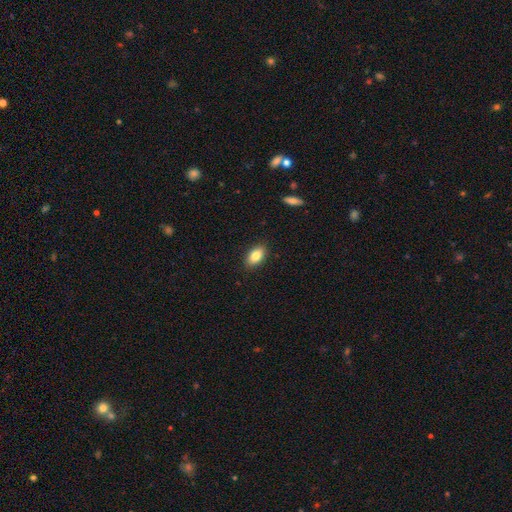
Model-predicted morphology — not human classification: Q: Smooth or featured?
A: smooth (84%); runner-up: featured or disk (8%)
Q: How rounded?
A: in between (92%); runner-up: round (6%)
Q: Merging?
A: none (89%); runner-up: minor disturbance (8%)